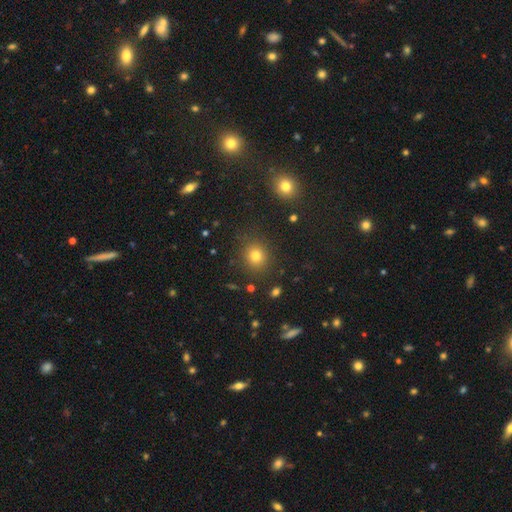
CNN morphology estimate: smooth-or-featured: smooth: 75% | star or artifact: 18% | featured or disk: 7%
  how-rounded: round: 82% | in between: 17% | cigar-shaped: 1%
  merging: none: 88% | minor disturbance: 7% | major disturbance: 3% | merger: 2%